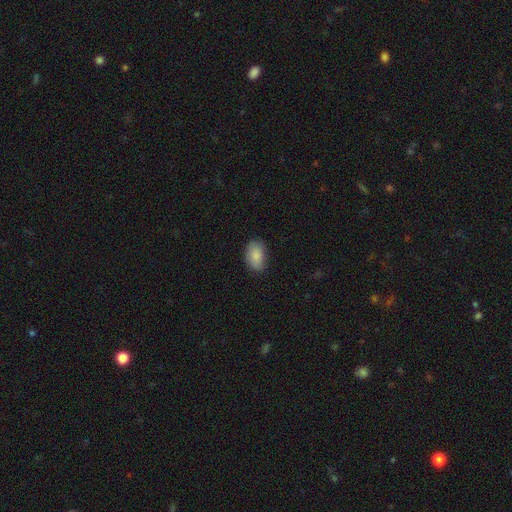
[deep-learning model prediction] smooth_or_featured: smooth (p=0.87) [alt: star or artifact p=0.07]
how_rounded: in between (p=0.89) [alt: round p=0.09]
merging: none (p=0.81) [alt: minor disturbance p=0.15]